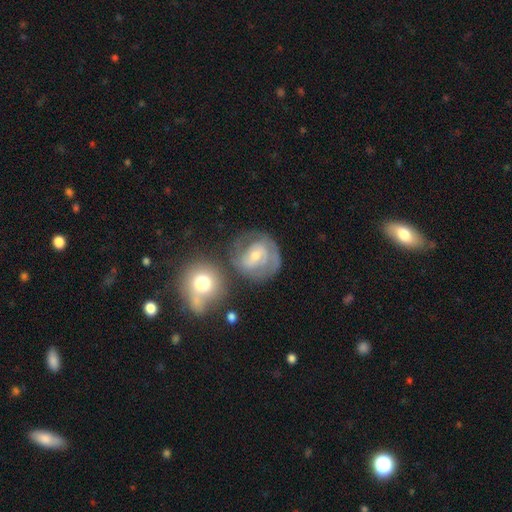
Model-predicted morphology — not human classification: Smooth or featured?
  - featured or disk: 71% *
  - smooth: 22%
  - star or artifact: 7%
Edge-on disk?
  - no: 97% *
  - yes: 3%
Bar?
  - no: 45% *
  - weak: 42%
  - strong: 12%
Spiral arms?
  - yes: 83% *
  - no: 17%
Spiral winding?
  - tight: 54% *
  - medium: 34%
  - loose: 11%
Spiral arm count?
  - 2: 45% *
  - can't tell: 30%
  - 3: 11%
  - 1: 9%
  - 4: 3%
  - more than 4: 3%
Bulge size?
  - moderate: 49% *
  - small: 45%
  - large: 3%
  - none: 2%
  - dominant: 1%
Merging?
  - none: 54% *
  - minor disturbance: 19%
  - merger: 15%
  - major disturbance: 13%